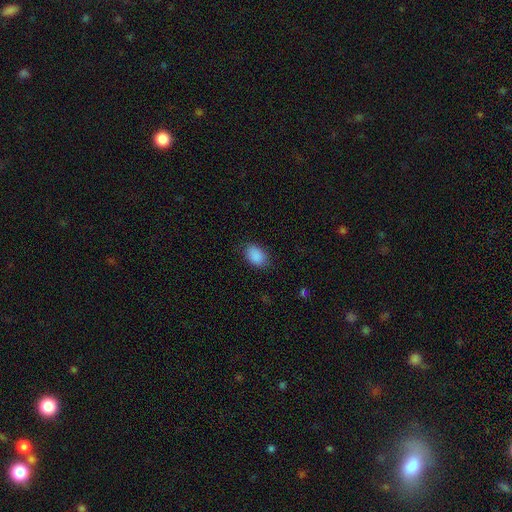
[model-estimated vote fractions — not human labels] smooth_or_featured: smooth (p=0.89) [alt: star or artifact p=0.07]
how_rounded: in between (p=0.84) [alt: round p=0.15]
merging: none (p=0.81) [alt: minor disturbance p=0.14]